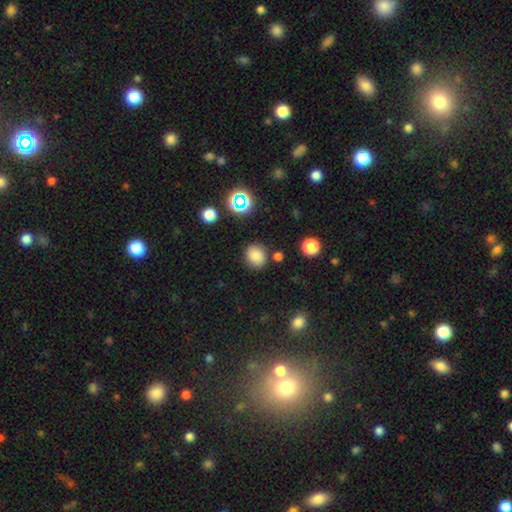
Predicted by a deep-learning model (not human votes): Smooth or featured?
  - smooth: 81% *
  - star or artifact: 14%
  - featured or disk: 6%
How rounded?
  - round: 70% *
  - in between: 29%
  - cigar-shaped: 1%
Merging?
  - none: 81% *
  - minor disturbance: 11%
  - merger: 4%
  - major disturbance: 3%